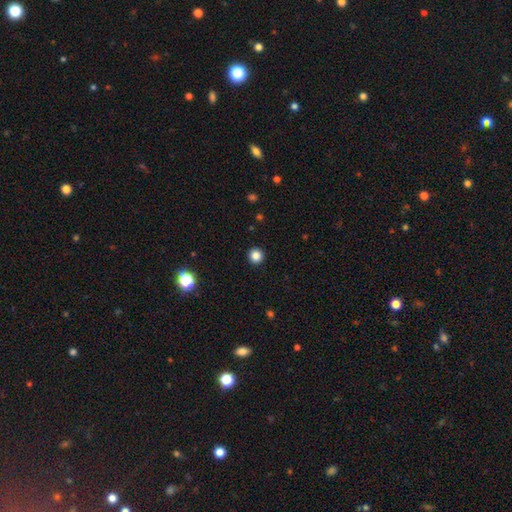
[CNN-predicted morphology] A smooth galaxy with no disk features (84%) that is round (95%).

Vote fractions:
- Smooth or featured? smooth: 84% / star or artifact: 12% / featured or disk: 4%
- How rounded? round: 95% / in between: 4% / cigar-shaped: 1%
- Merging? none: 93% / minor disturbance: 4% / major disturbance: 1% / merger: 1%